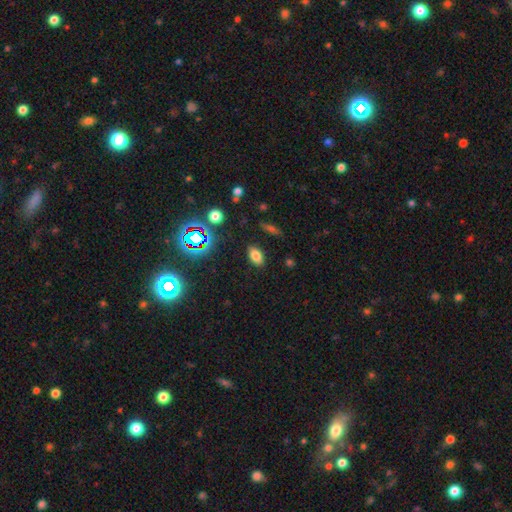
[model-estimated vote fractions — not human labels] A smooth galaxy with no disk features (73%) that is in between round and cigar-shaped (89%). Merging: none (87%).